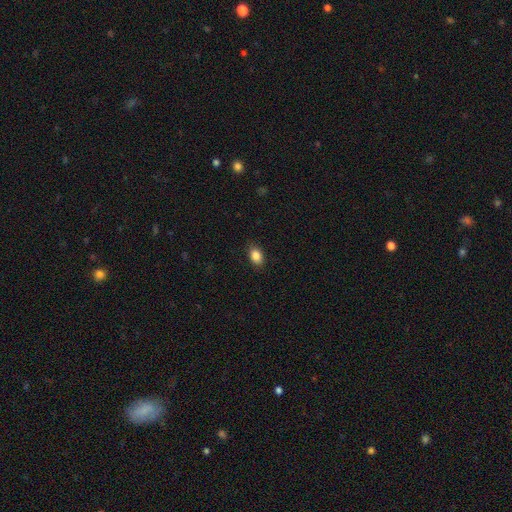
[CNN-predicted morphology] Smooth or featured: smooth — 86% (star or artifact — 9%)
How rounded: in between — 80% (round — 18%)
Merging: none — 87% (minor disturbance — 10%)